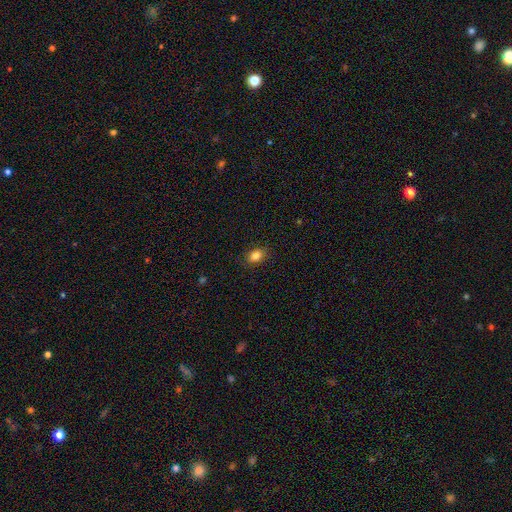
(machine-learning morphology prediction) A smooth galaxy with no disk features (86%) that is in between round and cigar-shaped (71%).

Vote fractions:
- Smooth or featured? smooth: 86% / star or artifact: 10% / featured or disk: 5%
- How rounded? in between: 71% / round: 27% / cigar-shaped: 1%
- Merging? none: 86% / minor disturbance: 10% / major disturbance: 3% / merger: 1%